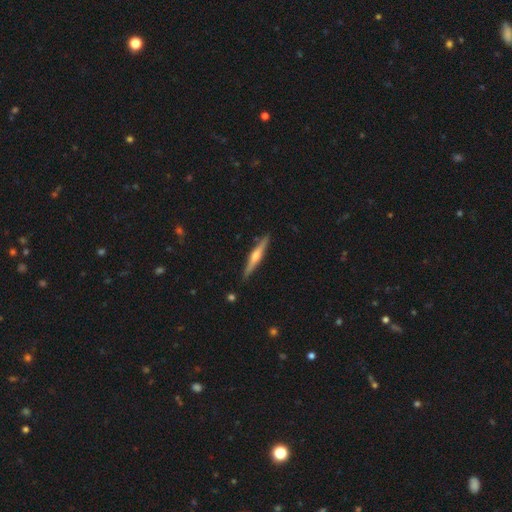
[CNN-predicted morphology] featured or disk 74%, smooth 21%, star or artifact 5%. Down the decision tree: edge-on disk — yes (98%); edge-on bulge — rounded (88%); merging — none (91%).